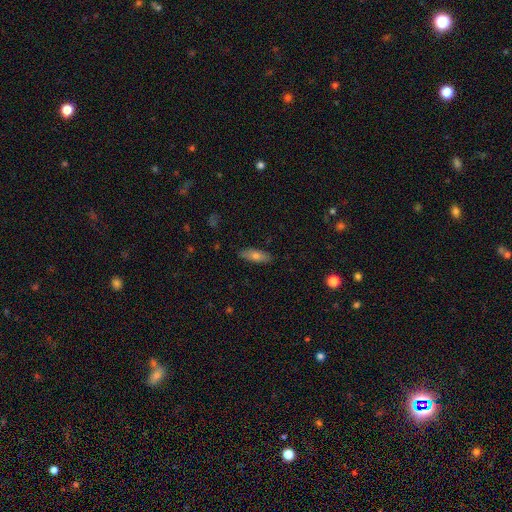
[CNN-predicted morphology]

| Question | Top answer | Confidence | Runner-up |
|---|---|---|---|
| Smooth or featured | smooth | 69% | featured or disk (24%) |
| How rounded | in between | 55% | cigar-shaped (43%) |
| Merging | none | 87% | minor disturbance (10%) |